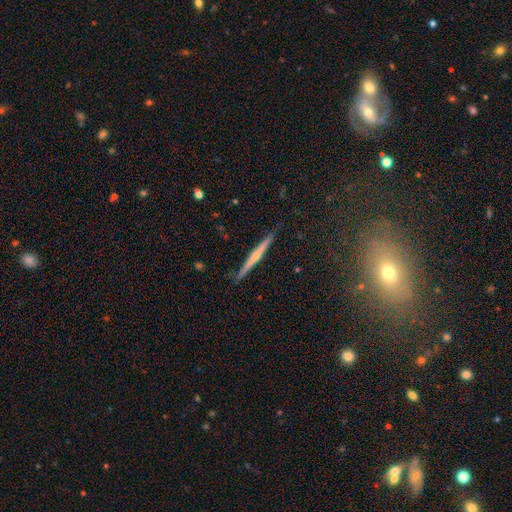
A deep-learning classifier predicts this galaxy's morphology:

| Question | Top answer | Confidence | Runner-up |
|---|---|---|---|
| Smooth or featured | featured or disk | 63% | smooth (30%) |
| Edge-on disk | yes | 98% | no (2%) |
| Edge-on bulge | rounded | 52% | none (41%) |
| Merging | none | 89% | minor disturbance (9%) |